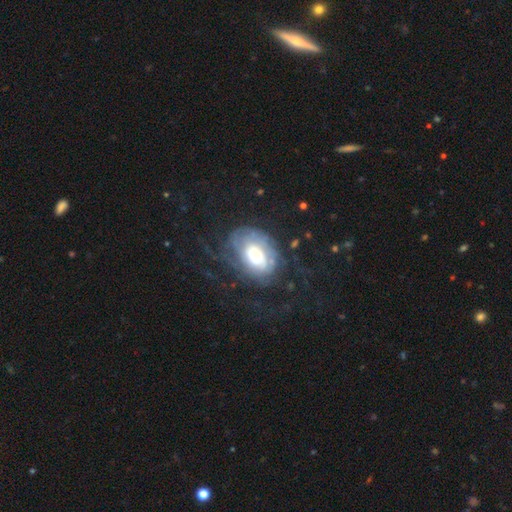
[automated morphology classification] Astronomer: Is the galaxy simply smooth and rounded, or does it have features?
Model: featured or disk — 64%.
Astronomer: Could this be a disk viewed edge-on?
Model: no — 96%.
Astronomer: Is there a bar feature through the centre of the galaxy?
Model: no — 78%.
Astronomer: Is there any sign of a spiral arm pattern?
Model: yes — 74%.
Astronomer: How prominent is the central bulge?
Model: large — 48%.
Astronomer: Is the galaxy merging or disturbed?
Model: none — 49% (runner-up: major disturbance, 28%).